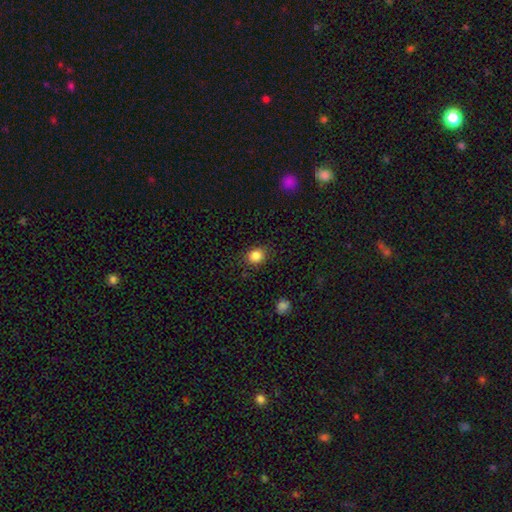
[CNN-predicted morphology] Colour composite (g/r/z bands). It shows a smooth galaxy with no disk features (85%) that is round (66%). Merging: none (87%).